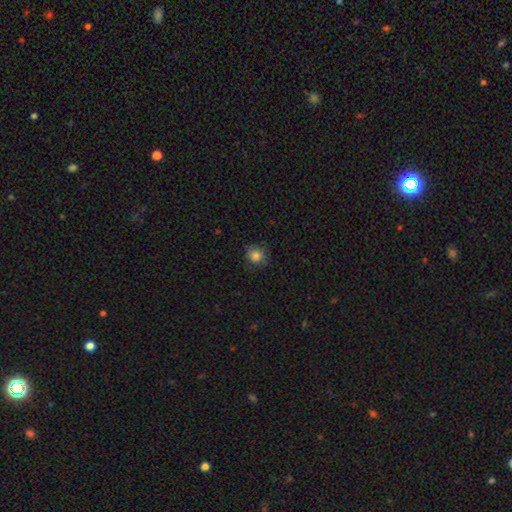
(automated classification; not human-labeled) Smooth or featured?
  - smooth: 82% *
  - star or artifact: 11%
  - featured or disk: 7%
How rounded?
  - round: 85% *
  - in between: 14%
  - cigar-shaped: 1%
Merging?
  - none: 76% *
  - minor disturbance: 17%
  - major disturbance: 6%
  - merger: 1%